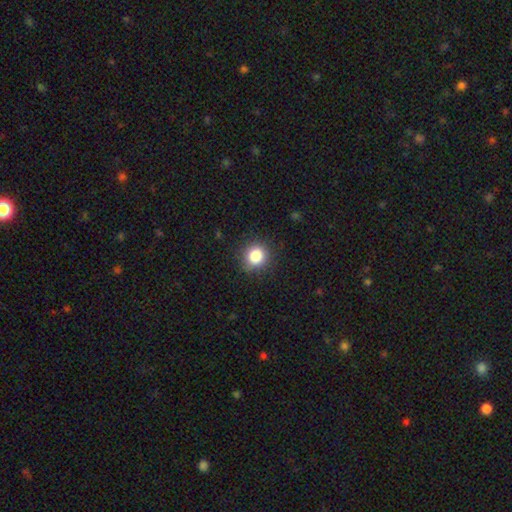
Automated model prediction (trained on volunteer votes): This appears to be a smooth galaxy with no disk features (85%) that is round (89%). Merging: none (87%).